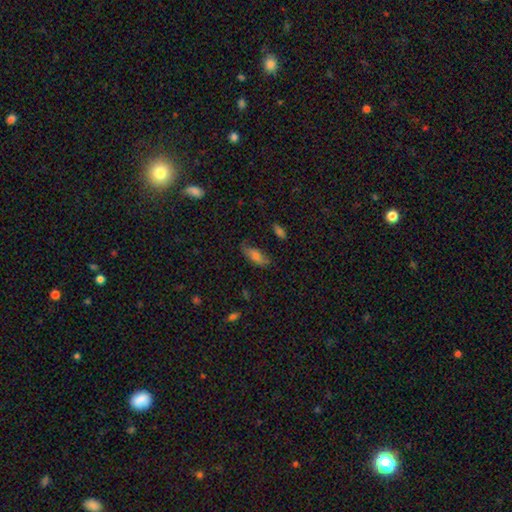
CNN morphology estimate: Q: Smooth or featured?
A: smooth (66%); runner-up: featured or disk (21%)
Q: How rounded?
A: in between (78%); runner-up: cigar-shaped (19%)
Q: Merging?
A: none (63%); runner-up: minor disturbance (25%)